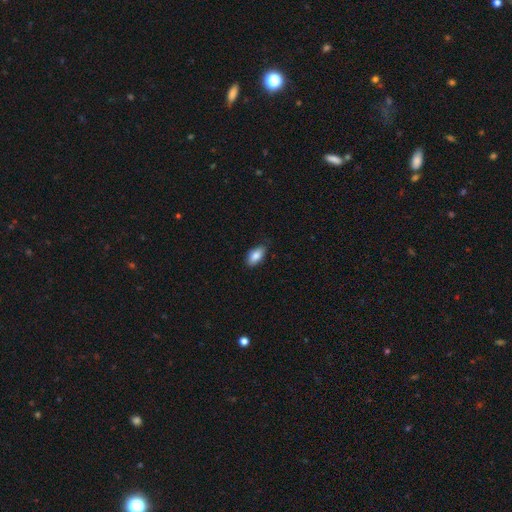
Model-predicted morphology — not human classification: The model was most divided on "merging": none: 80%, minor disturbance: 17%, major disturbance: 2%, merger: 1%. More confident: how rounded — in between (92%); smooth or featured — smooth (85%).